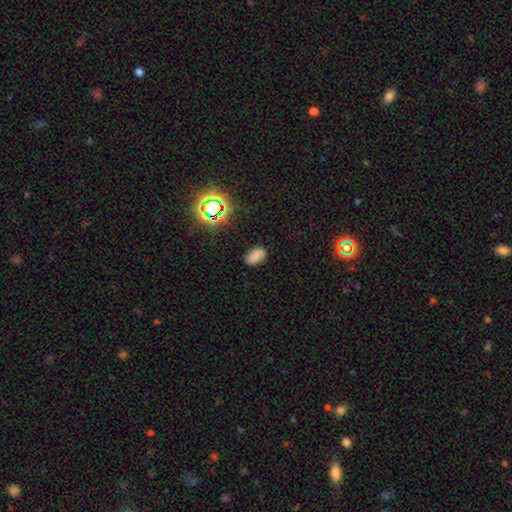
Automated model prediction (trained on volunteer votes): A smooth galaxy with no disk features (75%) that is in between round and cigar-shaped (91%). Merging: none (80%).